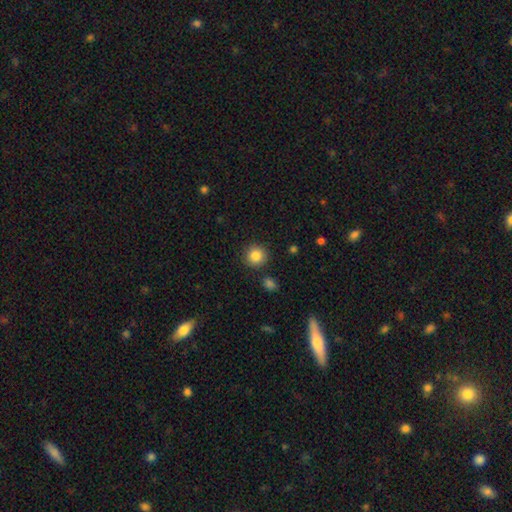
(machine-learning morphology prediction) This is clearly a smooth galaxy (85%). How rounded: clearly round (93%). Merging: clearly none (89%).